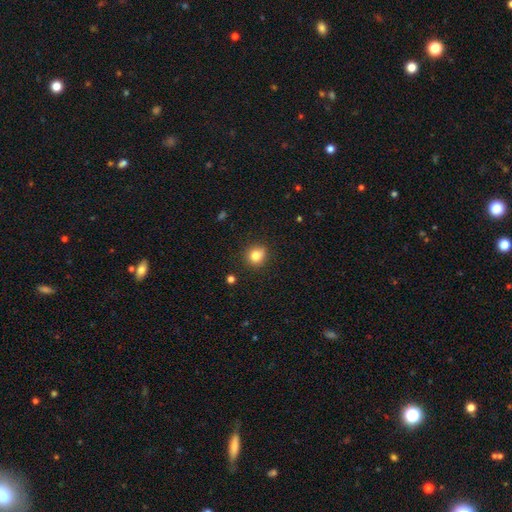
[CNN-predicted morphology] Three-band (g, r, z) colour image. It shows a smooth galaxy with no disk features (81%) that is round (81%). Merging: none (84%).